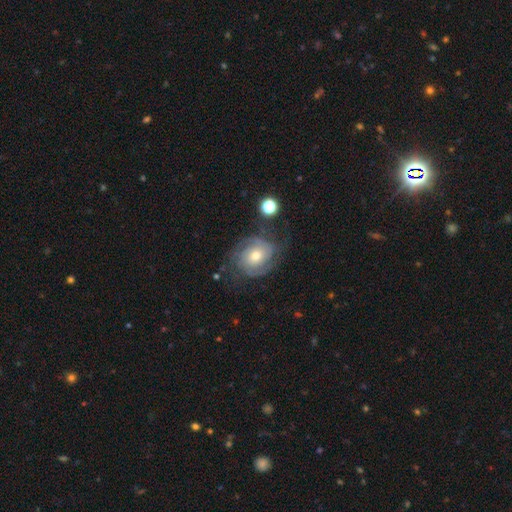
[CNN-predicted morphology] Smooth or featured? featured or disk (81%)
Edge-on disk? no (97%)
Bar? no (74%)
Spiral arms? yes (94%)
Spiral winding? tight (63%)
Spiral arm count? 2 (40%)
Bulge size? moderate (60%)
Merging? none (69%)